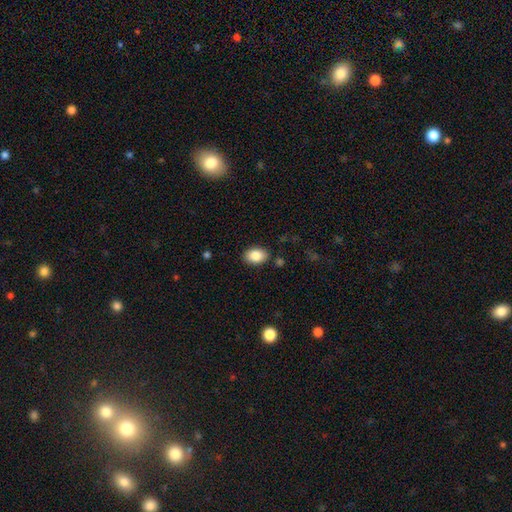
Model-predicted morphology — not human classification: Smooth or featured? Predicted: smooth (p=0.86). How rounded? Predicted: in between (p=0.82). Merging? Predicted: none (p=0.86).